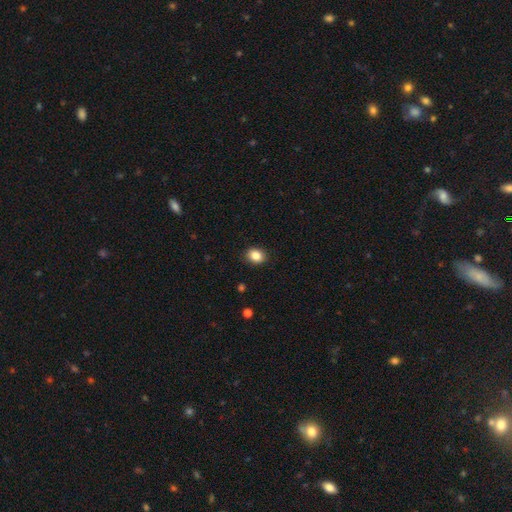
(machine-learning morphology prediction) Smooth or featured? smooth (86%)
How rounded? in between (58%)
Merging? none (89%)